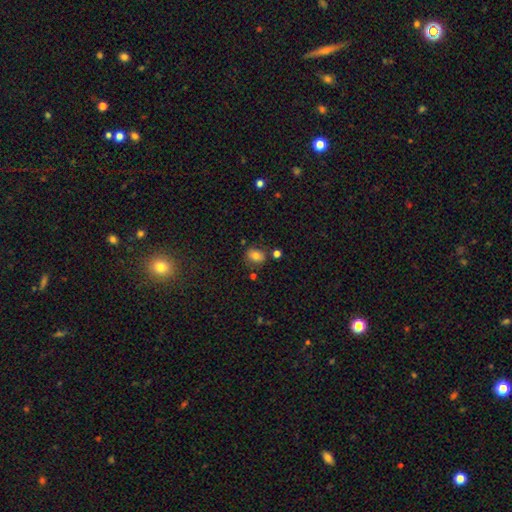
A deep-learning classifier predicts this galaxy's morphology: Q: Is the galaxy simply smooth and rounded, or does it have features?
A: smooth — 77%.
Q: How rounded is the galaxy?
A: in between — 53%.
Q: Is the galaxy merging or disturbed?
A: none — 75%.